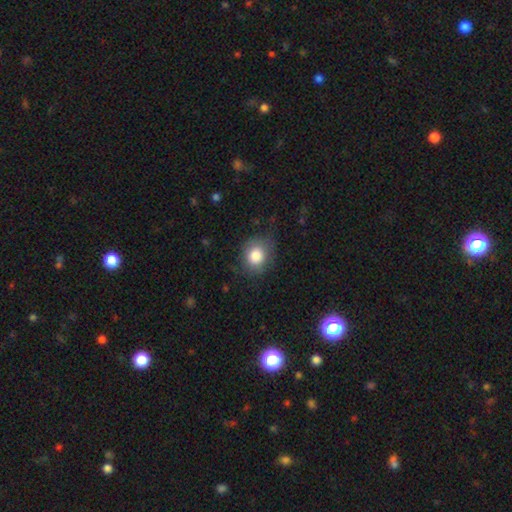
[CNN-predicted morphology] A smooth galaxy with no disk features (83%) that is round (67%). Merging: none (73%).